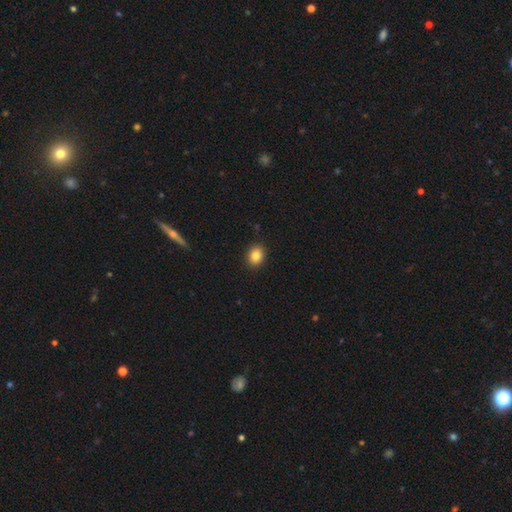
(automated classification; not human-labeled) Overall: smooth (85%). How rounded: in between (50%; round 49%). Merging: none (90%).